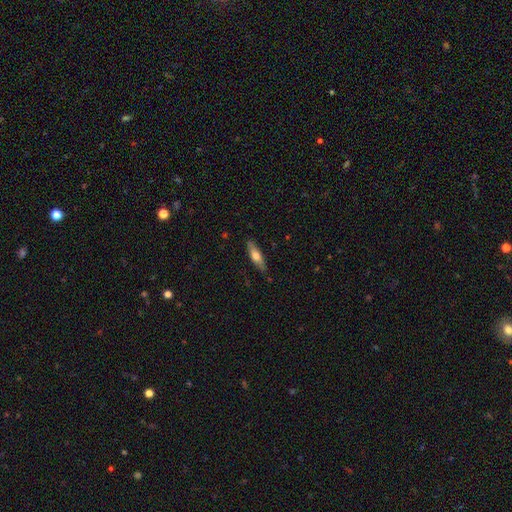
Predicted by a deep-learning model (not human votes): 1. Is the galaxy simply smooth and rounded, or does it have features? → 57% smooth, 37% featured or disk, 6% star or artifact.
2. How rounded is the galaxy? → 65% cigar-shaped, 32% in between, 2% round.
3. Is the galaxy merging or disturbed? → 85% none, 12% minor disturbance, 2% major disturbance, 1% merger.